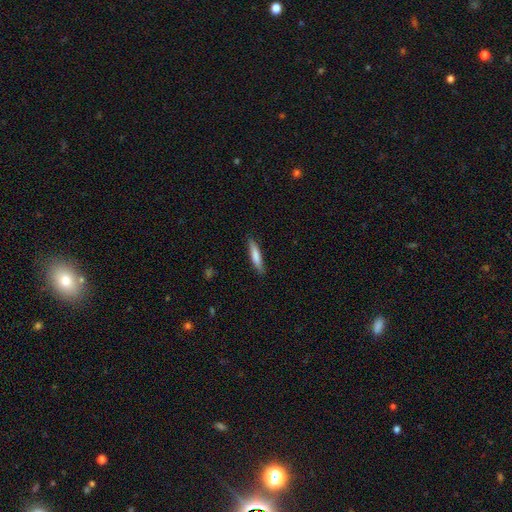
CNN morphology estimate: Overall: smooth (78%). How rounded: cigar-shaped (85%). Merging: none (85%).